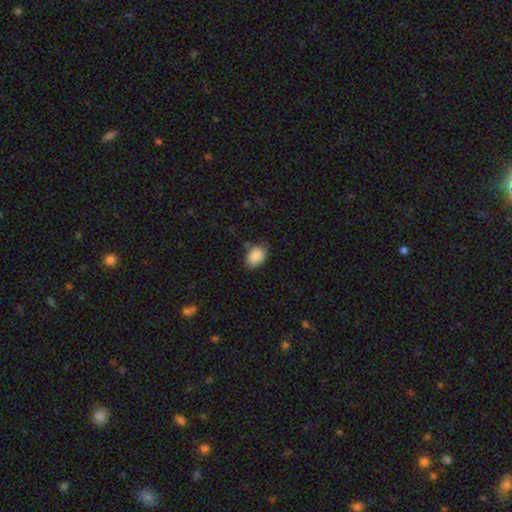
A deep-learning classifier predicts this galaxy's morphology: A smooth galaxy with no disk features (88%) that is in between round and cigar-shaped (80%).

Vote fractions:
- Smooth or featured? smooth: 88% / star or artifact: 8% / featured or disk: 4%
- How rounded? in between: 80% / round: 19% / cigar-shaped: 1%
- Merging? none: 70% / minor disturbance: 23% / major disturbance: 5% / merger: 3%